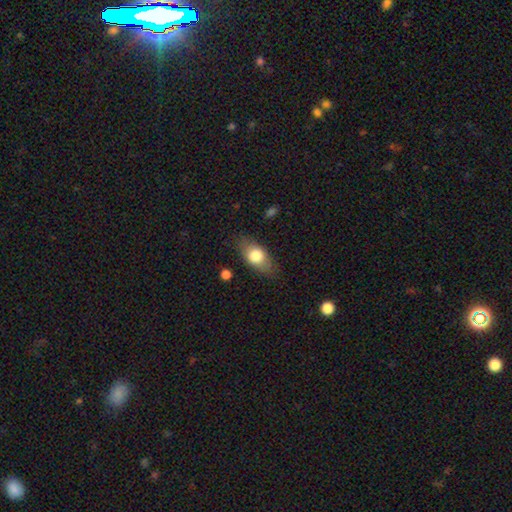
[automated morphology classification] smooth_or_featured: smooth (p=0.73) [alt: featured or disk p=0.20]
how_rounded: in between (p=0.84) [alt: round p=0.09]
merging: none (p=0.80) [alt: minor disturbance p=0.14]